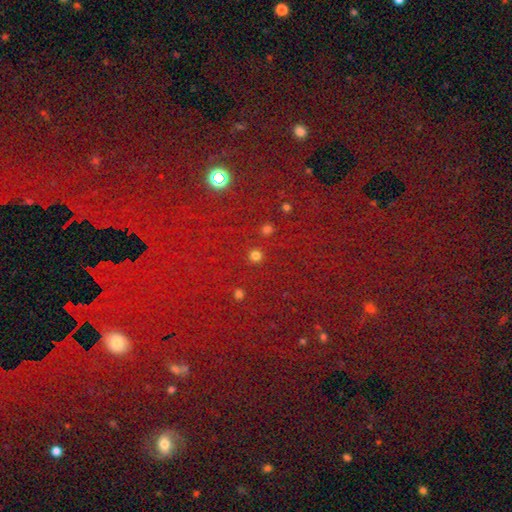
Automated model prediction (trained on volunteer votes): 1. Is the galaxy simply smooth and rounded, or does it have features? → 69% star or artifact, 23% smooth, 9% featured or disk.